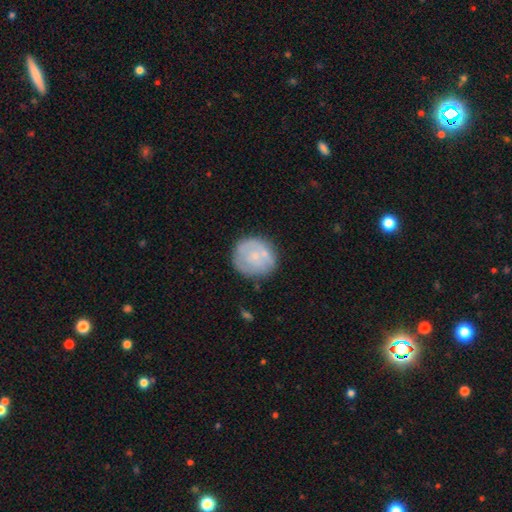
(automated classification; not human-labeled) This appears to be a smooth galaxy with no disk features (52%) that is round (88%). Merging: none (67%).